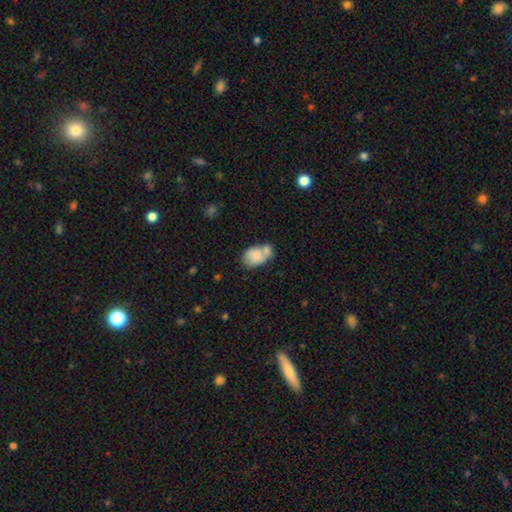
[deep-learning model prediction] Overall: smooth (70%). How rounded: in between (78%). Merging: merger (46%; none 29%).